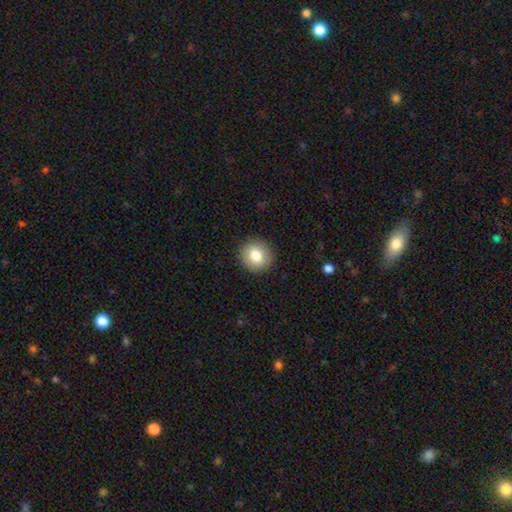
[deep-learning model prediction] smooth_or_featured: smooth (p=0.81) [alt: featured or disk p=0.10]
how_rounded: round (p=0.91) [alt: in between p=0.08]
merging: none (p=0.92) [alt: minor disturbance p=0.05]